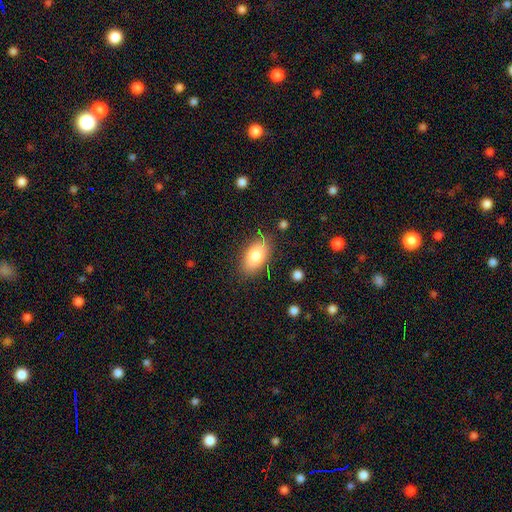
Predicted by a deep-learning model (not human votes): Smooth or featured? smooth (80%)
How rounded? in between (91%)
Merging? none (82%)